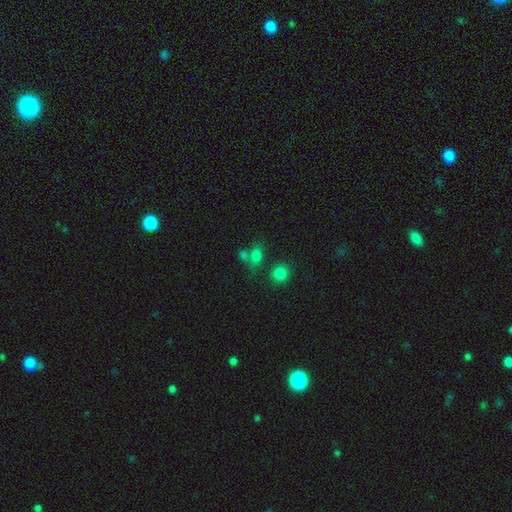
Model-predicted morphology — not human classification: Smooth or featured: smooth — 74% (star or artifact — 16%)
How rounded: in between — 68% (round — 29%)
Merging: none — 46% (merger — 34%)